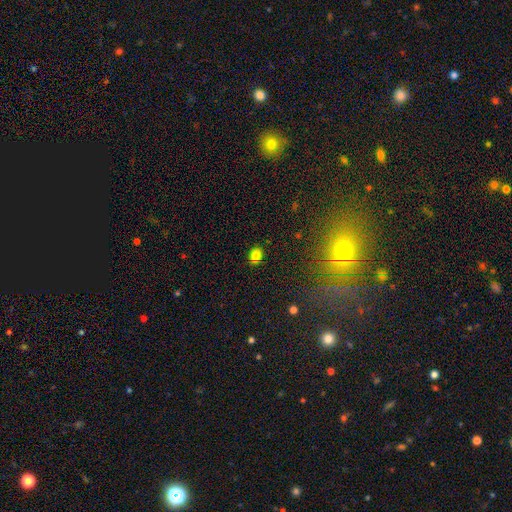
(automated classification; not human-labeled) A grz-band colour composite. It shows a smooth galaxy with no disk features (82%) that is round (52%). Merging: none (85%).